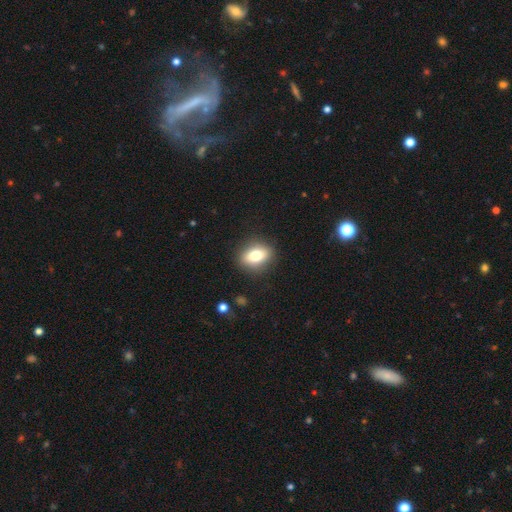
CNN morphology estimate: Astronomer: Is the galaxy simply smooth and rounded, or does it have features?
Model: smooth — 75%.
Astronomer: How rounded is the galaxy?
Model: in between — 68%.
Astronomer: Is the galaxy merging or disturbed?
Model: none — 87%.